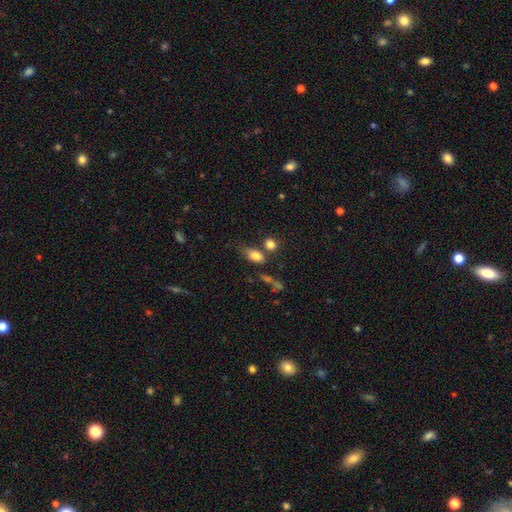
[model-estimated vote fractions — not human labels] The model was most divided on "merging": none: 55%, merger: 20%, minor disturbance: 18%, major disturbance: 7%. More confident: smooth or featured — smooth (80%); how rounded — in between (79%).